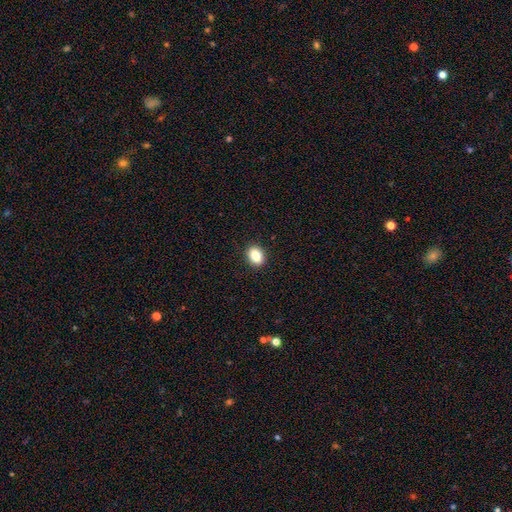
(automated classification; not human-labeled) A smooth galaxy with no disk features (85%) that is in between round and cigar-shaped (65%).

Vote fractions:
- Smooth or featured? smooth: 85% / star or artifact: 9% / featured or disk: 6%
- How rounded? in between: 65% / round: 34% / cigar-shaped: 1%
- Merging? none: 91% / minor disturbance: 6% / major disturbance: 2% / merger: 1%